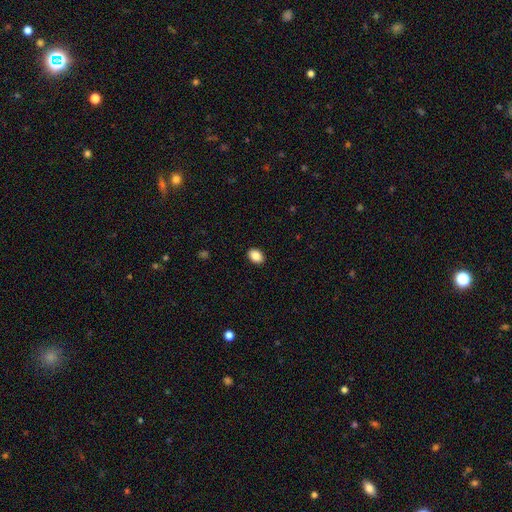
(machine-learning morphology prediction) Q: Smooth or featured?
A: smooth (88%); runner-up: star or artifact (8%)
Q: How rounded?
A: in between (81%); runner-up: round (18%)
Q: Merging?
A: none (91%); runner-up: minor disturbance (7%)